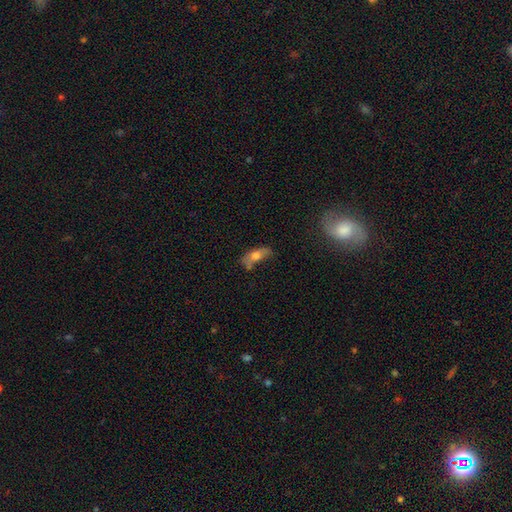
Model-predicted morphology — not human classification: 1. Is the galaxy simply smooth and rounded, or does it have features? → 60% smooth, 31% featured or disk, 9% star or artifact.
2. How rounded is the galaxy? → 71% in between, 23% cigar-shaped, 6% round.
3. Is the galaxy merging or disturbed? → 41% none, 29% minor disturbance, 18% major disturbance, 12% merger.